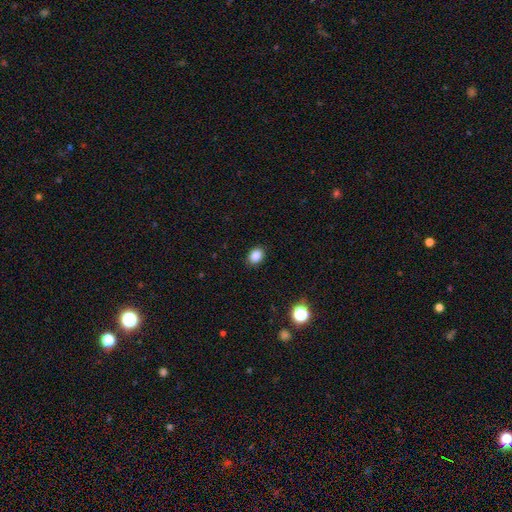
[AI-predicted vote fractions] smooth 87%, star or artifact 10%, featured or disk 3%. Down the decision tree: how rounded — in between (60%); merging — none (88%).